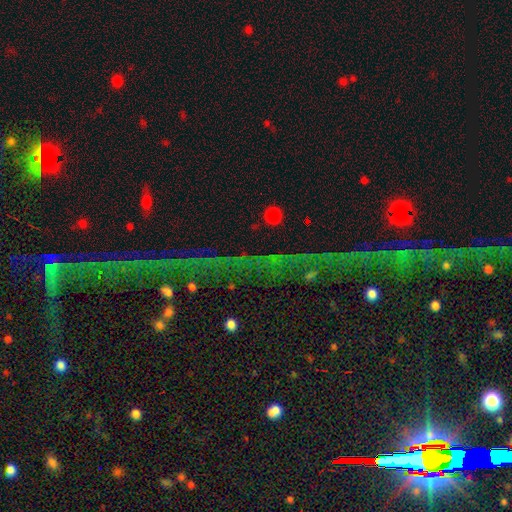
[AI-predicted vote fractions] This is clearly a star or artifact rather than a galaxy (82%).